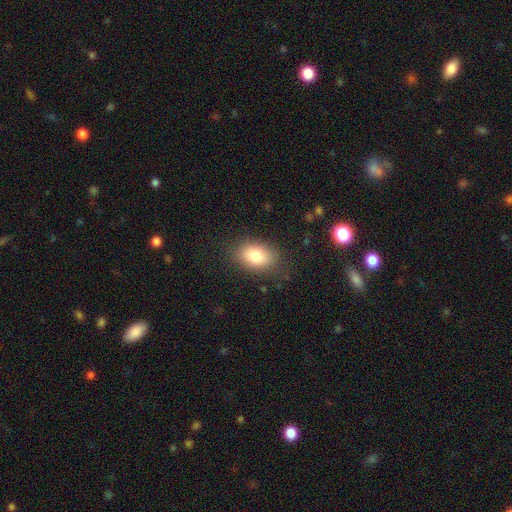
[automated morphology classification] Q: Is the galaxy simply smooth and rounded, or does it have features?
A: smooth — 81%.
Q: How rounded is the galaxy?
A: in between — 85%.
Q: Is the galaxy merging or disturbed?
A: none — 82%.